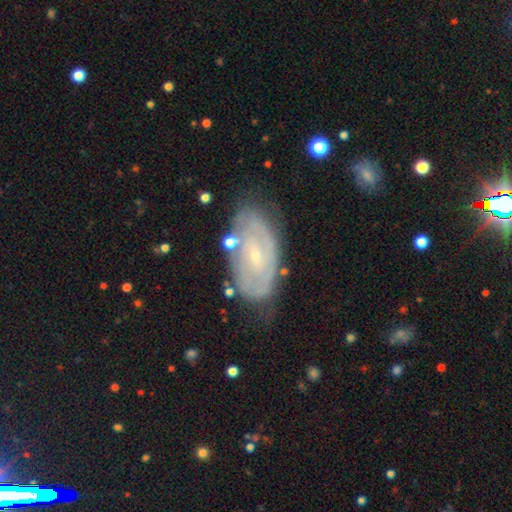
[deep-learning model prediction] Smooth or featured? featured or disk (75%)
Edge-on disk? no (94%)
Bar? no (48%)
Spiral arms? yes (81%)
Spiral winding? tight (65%)
Spiral arm count? can't tell (45%)
Bulge size? small (77%)
Merging? none (70%)